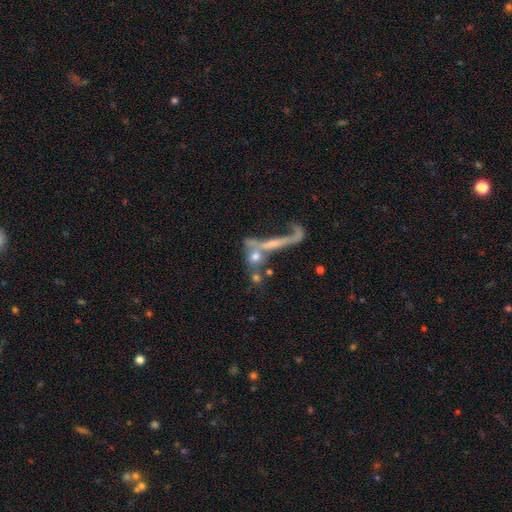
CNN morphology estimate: A featured or disk galaxy (44%). Merging: merger (43%).